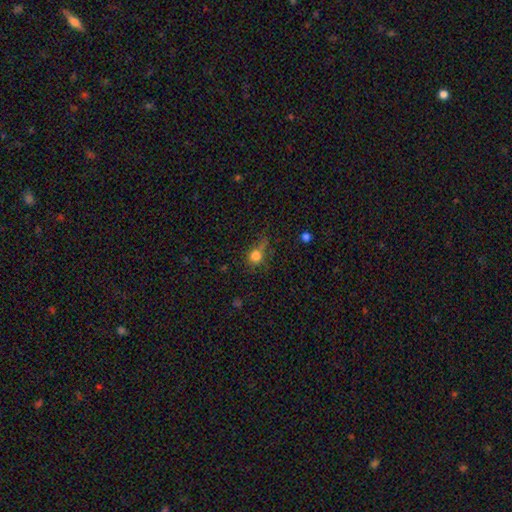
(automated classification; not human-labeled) Overall: smooth (76%). How rounded: round (83%). Merging: none (56%; minor disturbance 24%).